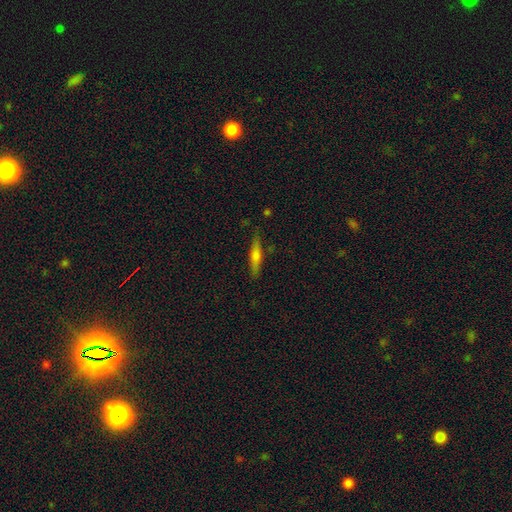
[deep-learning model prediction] Smooth or featured? smooth (54%)
How rounded? cigar-shaped (81%)
Merging? none (84%)